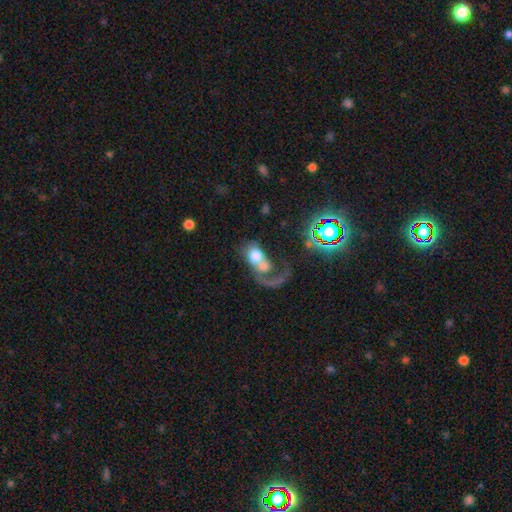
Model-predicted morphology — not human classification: Smooth or featured?
  - featured or disk: 46% *
  - smooth: 43%
  - star or artifact: 11%
Merging?
  - merger: 64% *
  - major disturbance: 20%
  - none: 11%
  - minor disturbance: 5%